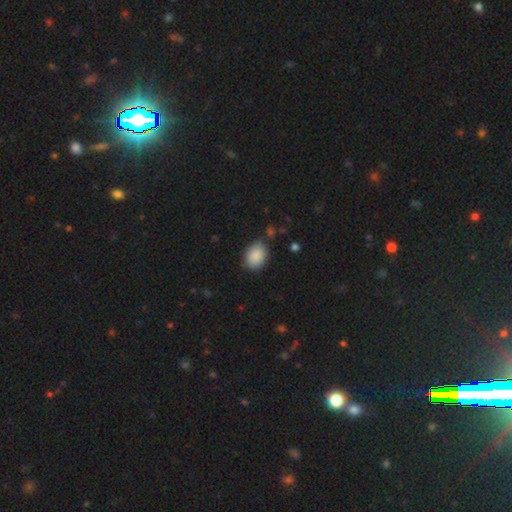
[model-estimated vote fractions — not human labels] A smooth galaxy with no disk features (89%) that is in between round and cigar-shaped (73%). Merging: none (79%).